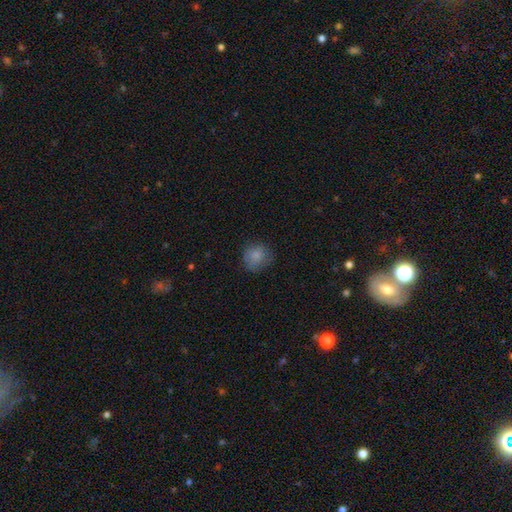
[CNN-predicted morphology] This is clearly a smooth galaxy (82%). How rounded: clearly round (86%). Merging: likely none (75%).